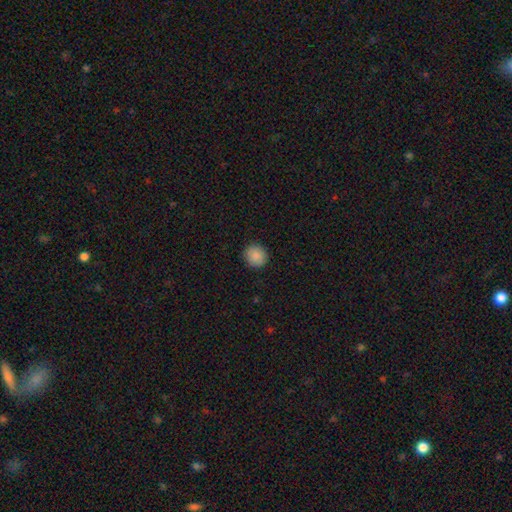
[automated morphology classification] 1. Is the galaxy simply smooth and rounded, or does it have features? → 89% smooth, 8% star or artifact, 3% featured or disk.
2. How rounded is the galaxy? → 88% round, 11% in between, 1% cigar-shaped.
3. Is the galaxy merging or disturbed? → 91% none, 6% minor disturbance, 2% major disturbance, 1% merger.